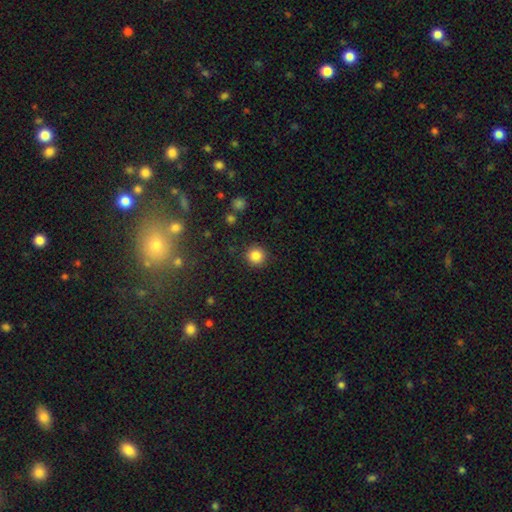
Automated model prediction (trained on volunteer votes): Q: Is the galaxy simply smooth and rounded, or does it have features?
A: smooth — 84%.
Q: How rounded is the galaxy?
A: round — 93%.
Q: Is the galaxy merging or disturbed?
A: none — 90%.